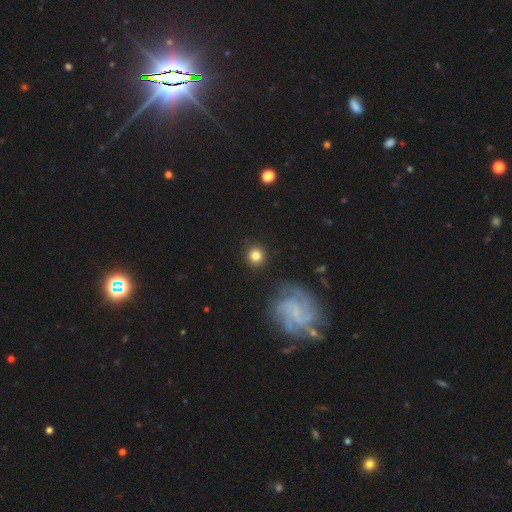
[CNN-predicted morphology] smooth-or-featured: smooth: 81% | featured or disk: 11% | star or artifact: 9%
  how-rounded: round: 93% | in between: 6% | cigar-shaped: 1%
  merging: none: 89% | minor disturbance: 6% | major disturbance: 3% | merger: 2%